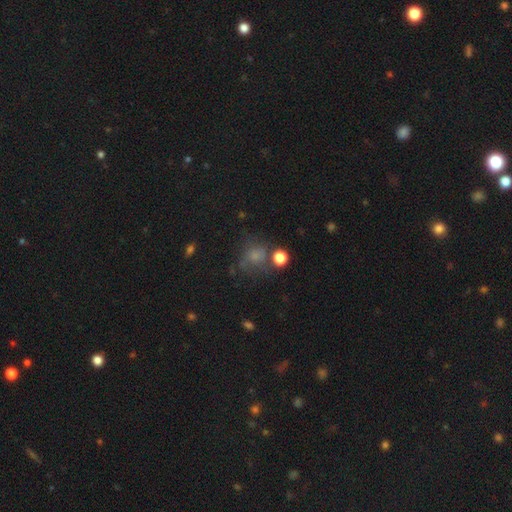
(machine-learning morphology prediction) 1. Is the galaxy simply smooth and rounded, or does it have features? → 61% smooth, 20% star or artifact, 19% featured or disk.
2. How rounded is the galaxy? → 73% round, 26% in between, 1% cigar-shaped.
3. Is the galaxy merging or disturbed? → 48% none, 21% minor disturbance, 21% major disturbance, 11% merger.